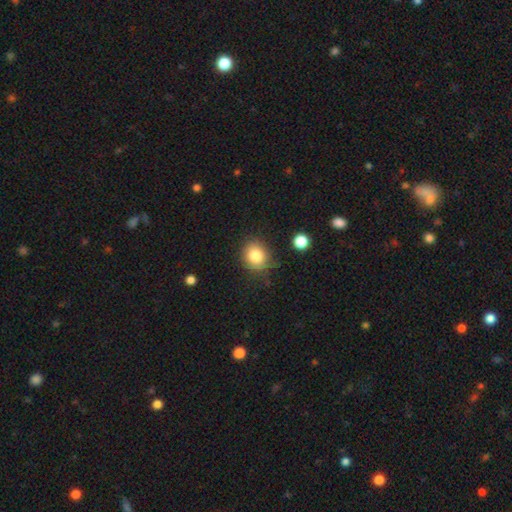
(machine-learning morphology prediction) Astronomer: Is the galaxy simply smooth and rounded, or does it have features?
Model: smooth — 82%.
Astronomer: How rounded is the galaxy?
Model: round — 73%.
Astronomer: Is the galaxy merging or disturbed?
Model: none — 75%.